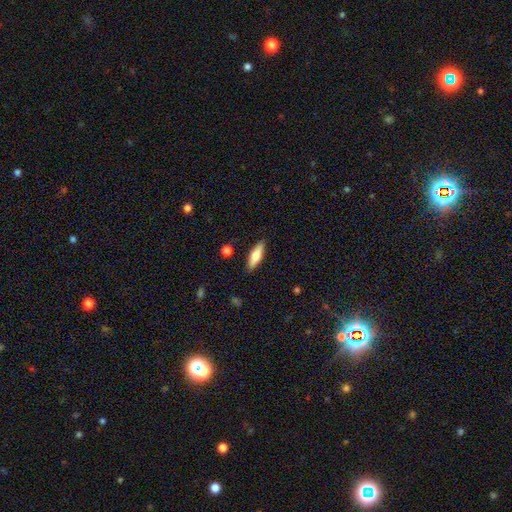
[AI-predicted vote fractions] Smooth or featured: smooth — 66% (featured or disk — 28%)
How rounded: cigar-shaped — 53% (in between — 45%)
Merging: none — 87% (minor disturbance — 9%)